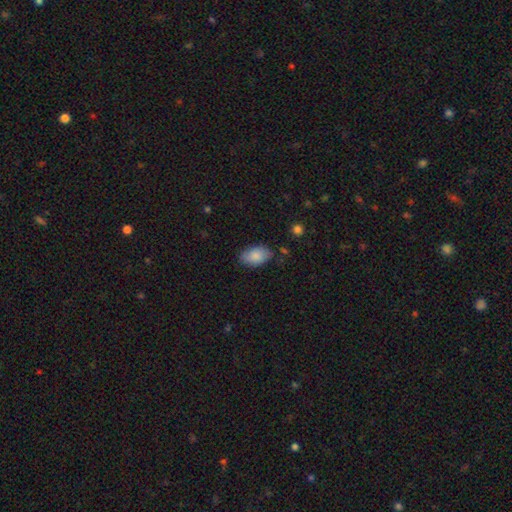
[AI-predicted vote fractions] A smooth galaxy with no disk features (86%) that is in between round and cigar-shaped (92%). Merging: none (77%).